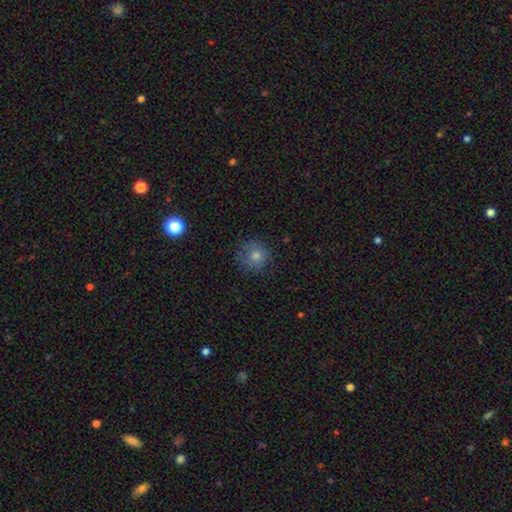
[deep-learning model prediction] A smooth galaxy with no disk features (70%) that is round (90%).

Vote fractions:
- Smooth or featured? smooth: 70% / featured or disk: 15% / star or artifact: 15%
- How rounded? round: 90% / in between: 9% / cigar-shaped: 1%
- Merging? none: 78% / minor disturbance: 16% / major disturbance: 5% / merger: 1%